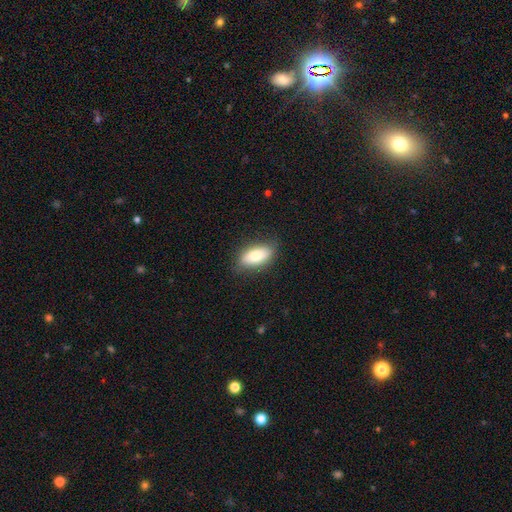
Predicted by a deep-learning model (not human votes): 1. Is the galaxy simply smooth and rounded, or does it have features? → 76% smooth, 17% featured or disk, 7% star or artifact.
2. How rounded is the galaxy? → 87% in between, 9% cigar-shaped, 4% round.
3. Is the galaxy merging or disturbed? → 84% none, 13% minor disturbance, 3% major disturbance, 1% merger.